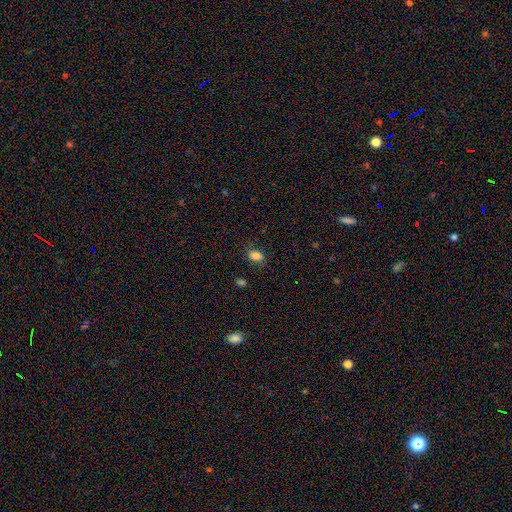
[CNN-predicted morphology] This appears to be a smooth galaxy with no disk features (82%) that is in between round and cigar-shaped (83%). Merging: none (77%).